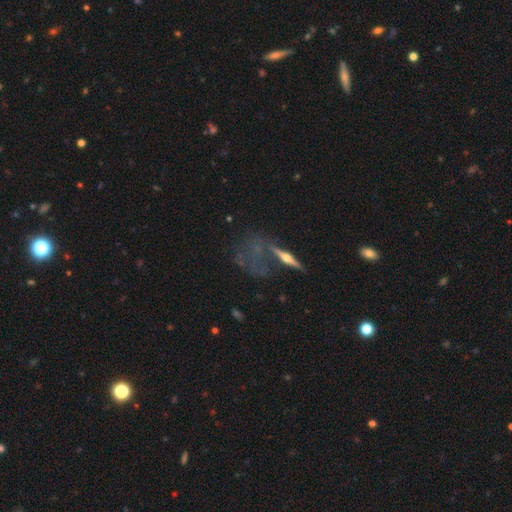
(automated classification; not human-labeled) This appears to be a featured or disk galaxy (45%). Merging: major disturbance (39%).